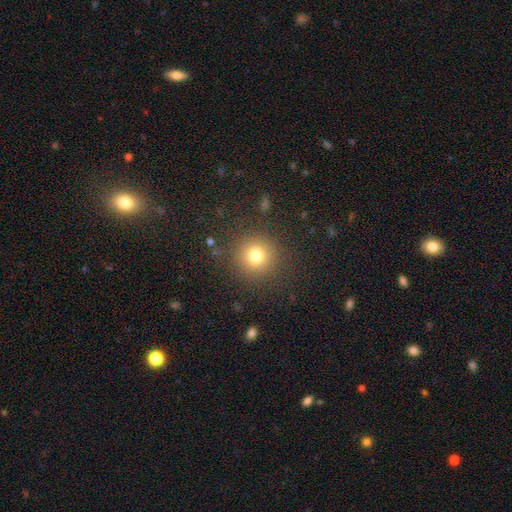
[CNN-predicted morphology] smooth-or-featured: smooth: 76% | star or artifact: 14% | featured or disk: 9%
  how-rounded: round: 94% | in between: 5% | cigar-shaped: 1%
  merging: none: 88% | minor disturbance: 7% | major disturbance: 4% | merger: 1%